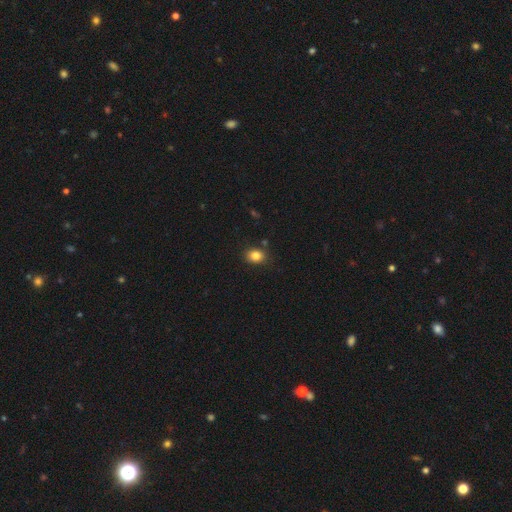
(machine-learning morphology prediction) Smooth or featured? Predicted: smooth (p=0.83). How rounded? Predicted: round (p=0.50). Merging? Predicted: none (p=0.84).